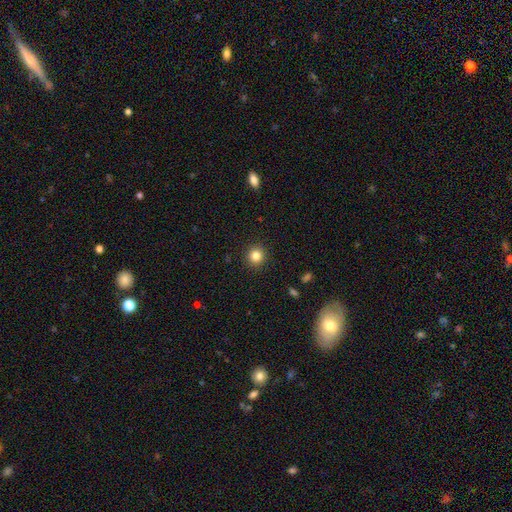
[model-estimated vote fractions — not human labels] smooth 82%, star or artifact 12%, featured or disk 6%. Down the decision tree: how rounded — round (93%); merging — none (92%).